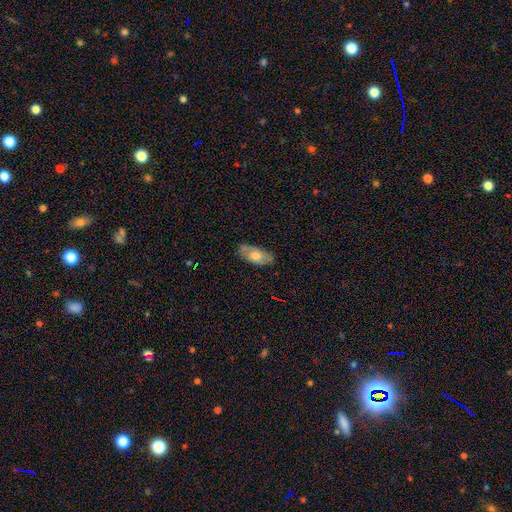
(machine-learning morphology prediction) Overall: smooth (61%; featured or disk 32%). How rounded: in between (89%). Merging: none (78%).